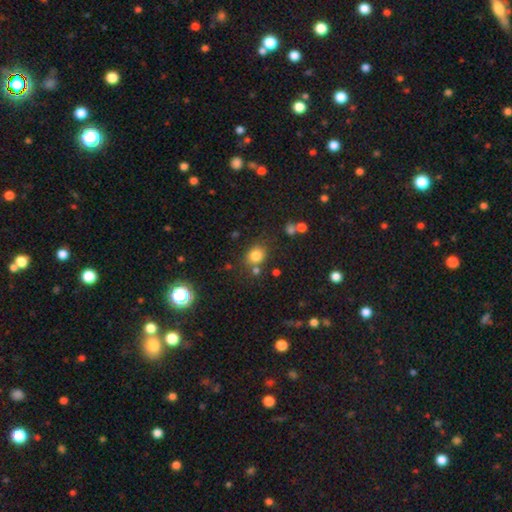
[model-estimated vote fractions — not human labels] Q: Smooth or featured?
A: smooth (79%); runner-up: star or artifact (14%)
Q: How rounded?
A: round (67%); runner-up: in between (32%)
Q: Merging?
A: none (71%); runner-up: minor disturbance (13%)